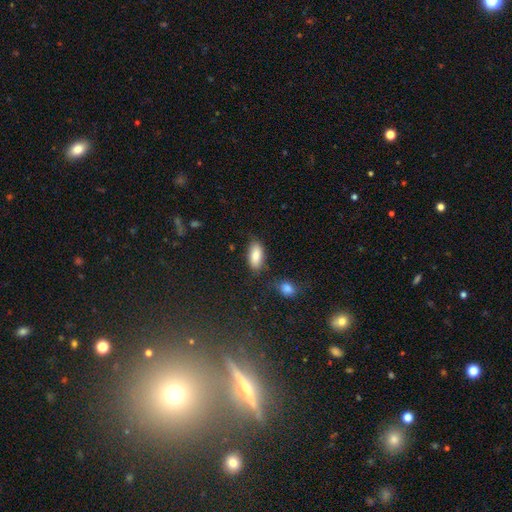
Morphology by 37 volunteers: A smooth galaxy with no disk features (92%) that is in between round and cigar-shaped (88%). Merging: none (89%).